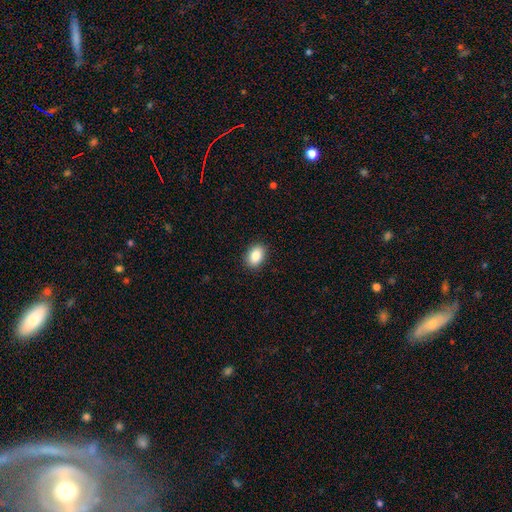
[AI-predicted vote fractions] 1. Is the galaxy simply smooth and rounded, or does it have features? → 86% smooth, 8% star or artifact, 6% featured or disk.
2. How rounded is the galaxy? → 80% in between, 19% round, 1% cigar-shaped.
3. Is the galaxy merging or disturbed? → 89% none, 8% minor disturbance, 2% major disturbance, 1% merger.